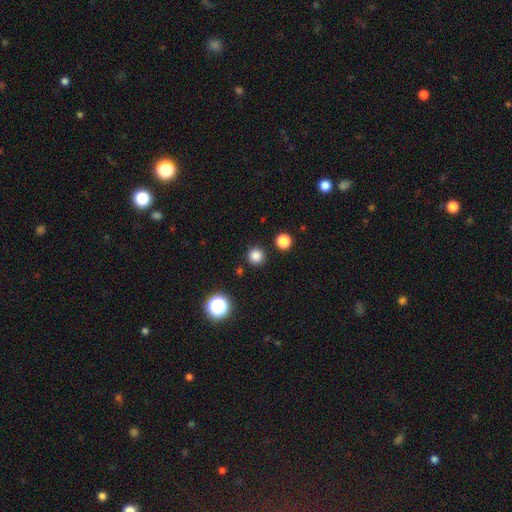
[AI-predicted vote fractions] The model was most divided on "smooth or featured": smooth: 82%, star or artifact: 15%, featured or disk: 3%. More confident: how rounded — round (95%); merging — none (88%).